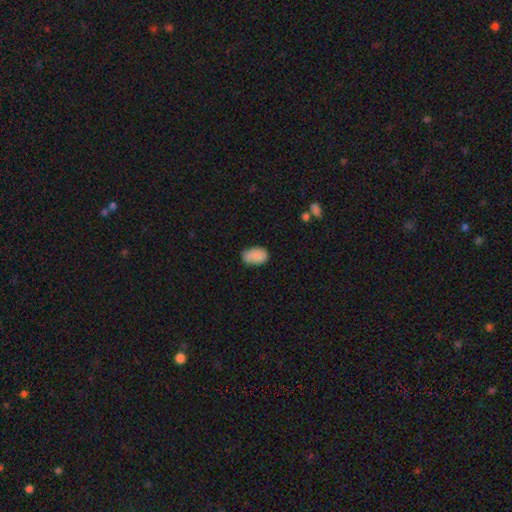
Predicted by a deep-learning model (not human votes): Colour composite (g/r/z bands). It shows a smooth galaxy with no disk features (86%) that is in between round and cigar-shaped (90%). Merging: none (64%).